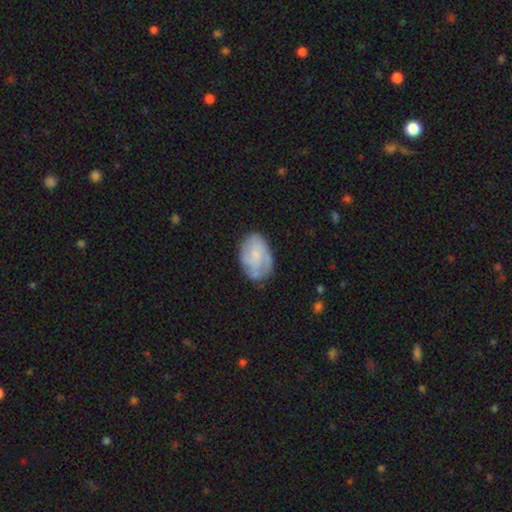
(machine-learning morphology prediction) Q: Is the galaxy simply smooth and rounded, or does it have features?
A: smooth — 48%.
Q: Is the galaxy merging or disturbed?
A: none — 61%.